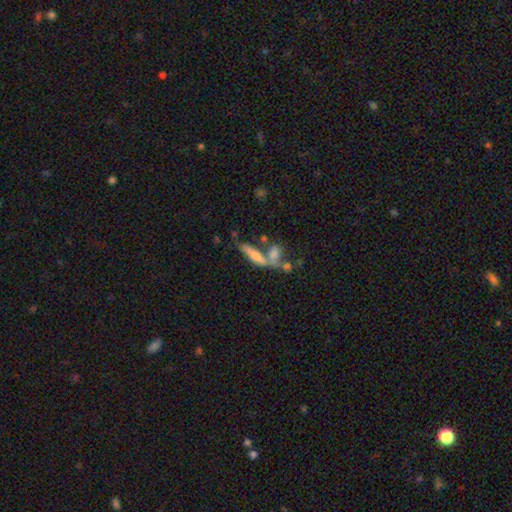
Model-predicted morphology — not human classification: Smooth or featured?
  - featured or disk: 46% *
  - smooth: 41%
  - star or artifact: 13%
Merging?
  - none: 43% *
  - merger: 36%
  - minor disturbance: 13%
  - major disturbance: 8%